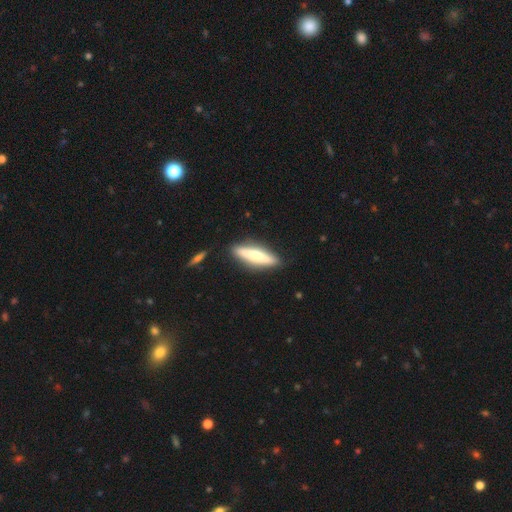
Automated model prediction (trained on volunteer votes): smooth 54%, featured or disk 41%, star or artifact 6%. Down the decision tree: how rounded — cigar-shaped (80%); merging — none (88%).